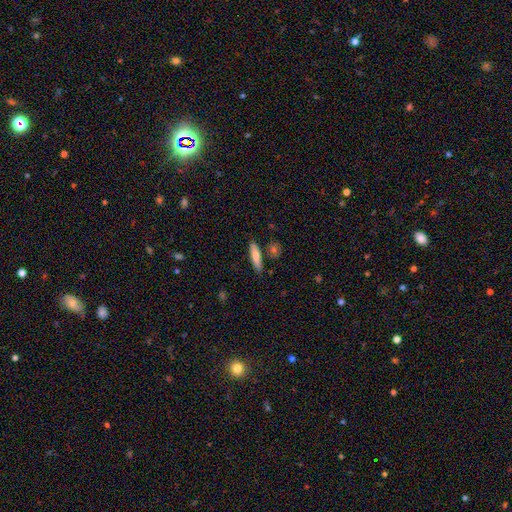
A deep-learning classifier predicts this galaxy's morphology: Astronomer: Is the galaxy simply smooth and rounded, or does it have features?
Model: smooth — 74%.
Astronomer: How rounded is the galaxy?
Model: cigar-shaped — 75%.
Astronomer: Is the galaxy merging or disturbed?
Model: none — 79%.